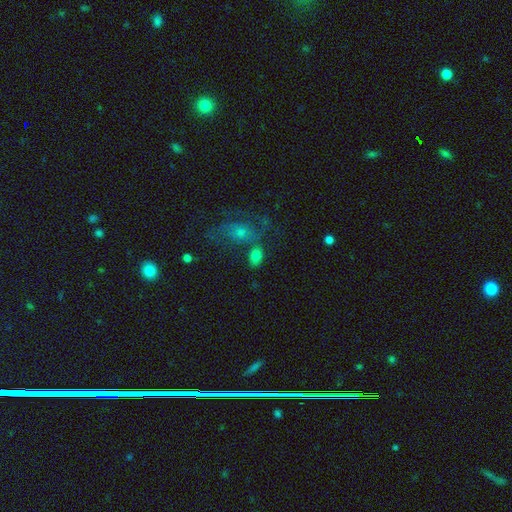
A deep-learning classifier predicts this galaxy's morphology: A smooth galaxy with no disk features (79%) that is in between round and cigar-shaped (82%).

Vote fractions:
- Smooth or featured? smooth: 79% / featured or disk: 11% / star or artifact: 10%
- How rounded? in between: 82% / round: 16% / cigar-shaped: 2%
- Merging? none: 59% / merger: 20% / minor disturbance: 14% / major disturbance: 7%